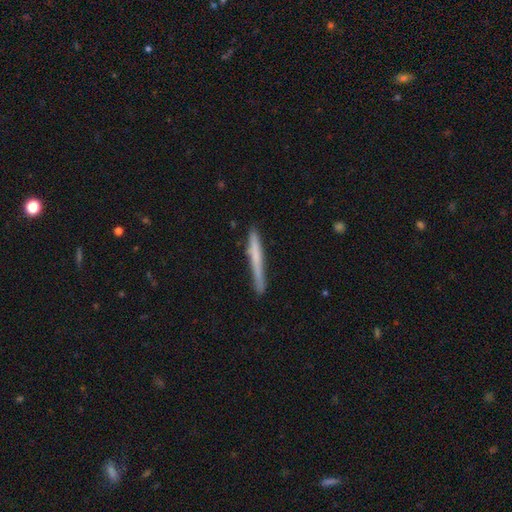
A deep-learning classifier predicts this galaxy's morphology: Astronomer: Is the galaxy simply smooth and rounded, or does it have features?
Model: smooth — 55% (runner-up: featured or disk, 39%).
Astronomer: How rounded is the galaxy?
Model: cigar-shaped — 97%.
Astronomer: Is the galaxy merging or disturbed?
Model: none — 83%.